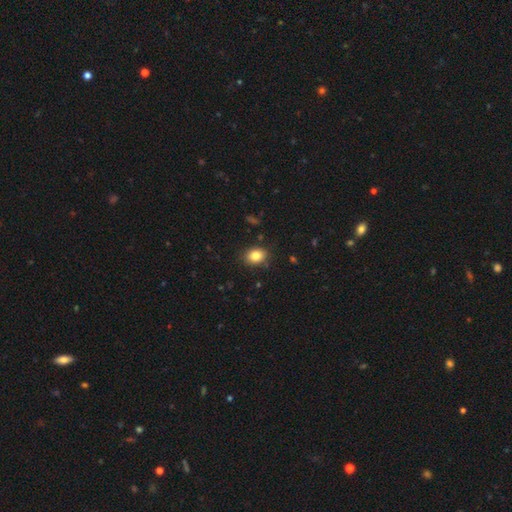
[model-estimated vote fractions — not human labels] smooth_or_featured: smooth (p=0.84) [alt: star or artifact p=0.09]
how_rounded: in between (p=0.64) [alt: round p=0.35]
merging: none (p=0.86) [alt: minor disturbance p=0.10]